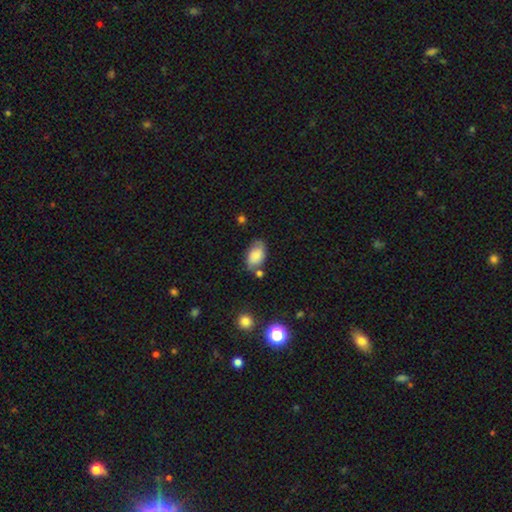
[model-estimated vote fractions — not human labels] smooth-or-featured: smooth: 72% | featured or disk: 20% | star or artifact: 8%
  how-rounded: in between: 91% | round: 8% | cigar-shaped: 2%
  merging: none: 61% | minor disturbance: 24% | merger: 8% | major disturbance: 6%